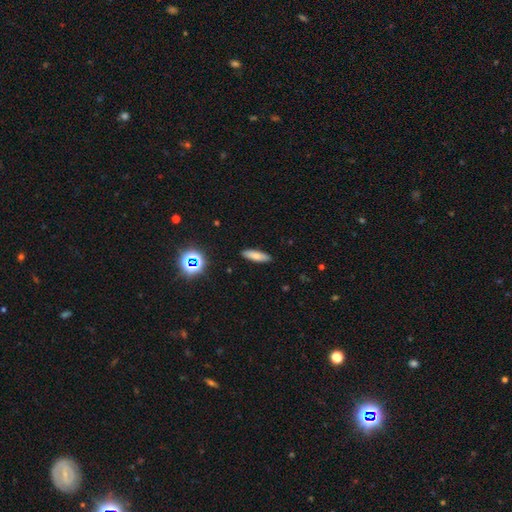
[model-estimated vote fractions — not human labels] Smooth or featured? smooth (75%)
How rounded? cigar-shaped (57%)
Merging? none (89%)